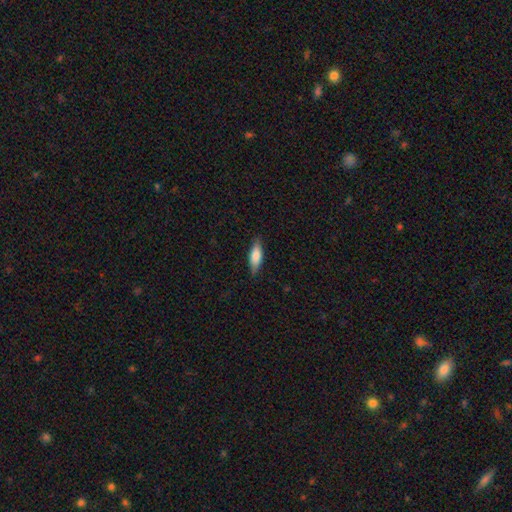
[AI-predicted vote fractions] Smooth or featured? Predicted: smooth (p=0.76). How rounded? Predicted: in between (p=0.60). Merging? Predicted: none (p=0.84).